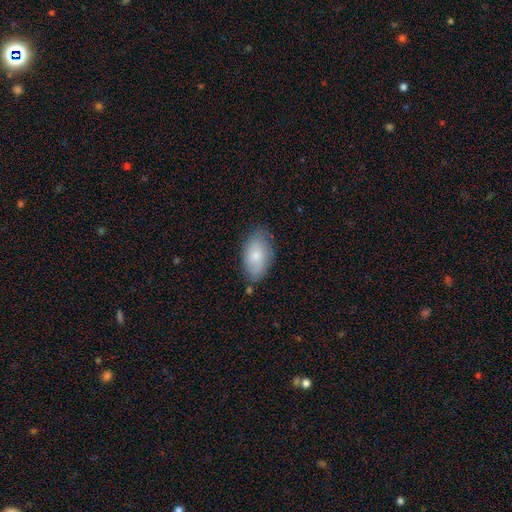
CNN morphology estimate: smooth-or-featured: smooth: 69% | featured or disk: 24% | star or artifact: 7%
  how-rounded: in between: 93% | round: 5% | cigar-shaped: 2%
  merging: none: 74% | minor disturbance: 20% | major disturbance: 4% | merger: 2%